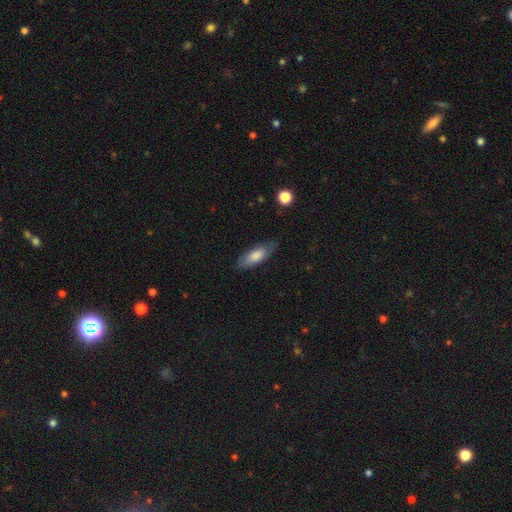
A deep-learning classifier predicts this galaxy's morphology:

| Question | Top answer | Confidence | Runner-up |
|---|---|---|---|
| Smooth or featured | smooth | 71% | featured or disk (23%) |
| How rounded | in between | 68% | cigar-shaped (30%) |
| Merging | none | 75% | minor disturbance (19%) |